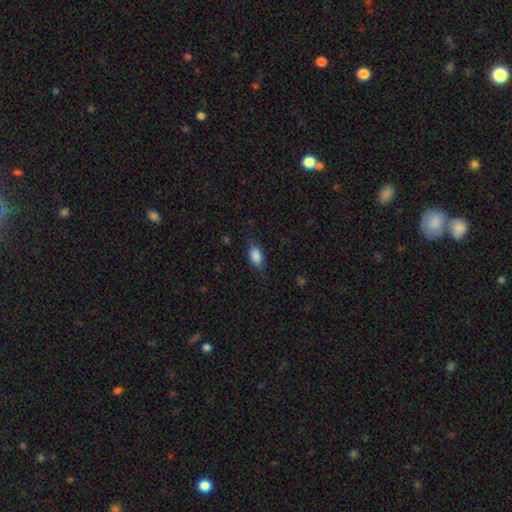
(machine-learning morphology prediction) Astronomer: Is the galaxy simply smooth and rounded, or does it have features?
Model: smooth — 78%.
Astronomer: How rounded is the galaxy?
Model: in between — 83%.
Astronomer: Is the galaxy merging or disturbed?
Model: none — 70%.